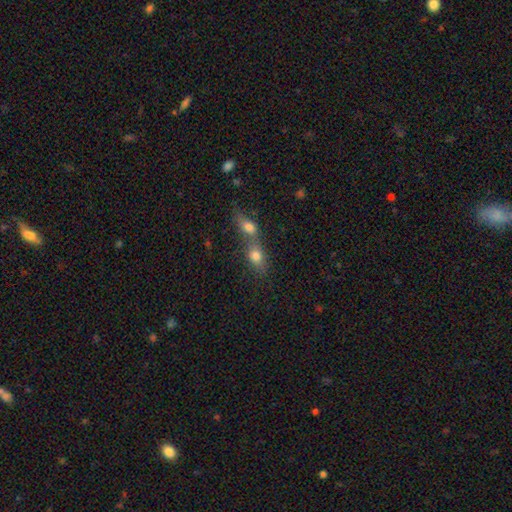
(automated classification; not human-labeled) Smooth or featured? smooth (76%)
How rounded? in between (64%)
Merging? merger (70%)